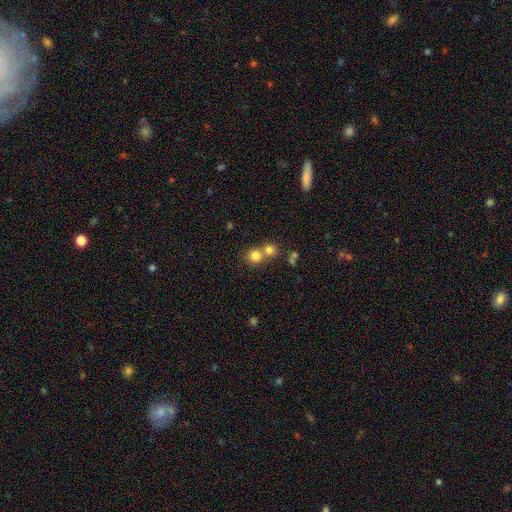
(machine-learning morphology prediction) Q: Smooth or featured?
A: smooth (79%); runner-up: star or artifact (12%)
Q: How rounded?
A: round (87%); runner-up: in between (12%)
Q: Merging?
A: merger (49%); runner-up: none (44%)